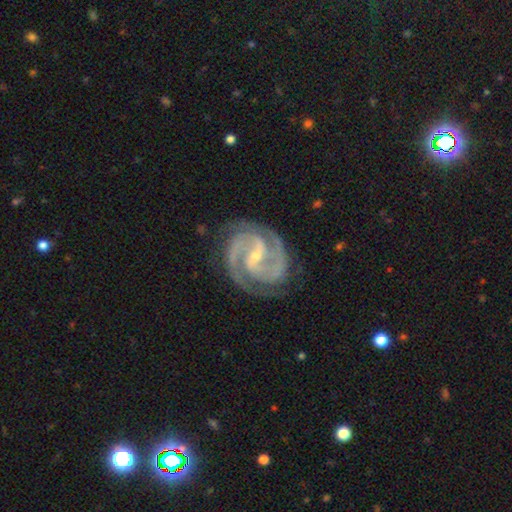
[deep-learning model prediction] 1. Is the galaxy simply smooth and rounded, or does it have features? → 94% featured or disk, 4% star or artifact, 3% smooth.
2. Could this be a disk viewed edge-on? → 98% no, 2% yes.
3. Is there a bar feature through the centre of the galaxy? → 42% strong (tied), 42% weak (tied), 16% no.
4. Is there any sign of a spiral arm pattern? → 99% yes, 1% no.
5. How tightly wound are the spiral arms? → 49% tight, 46% medium, 5% loose.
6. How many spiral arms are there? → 75% 2, 15% 3, 3% can't tell, 2% 4, 2% 1, 2% more than 4.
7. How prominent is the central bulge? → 73% small, 23% moderate, 2% none, 1% large, 1% dominant.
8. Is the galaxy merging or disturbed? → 79% none, 15% minor disturbance, 5% major disturbance, 1% merger.